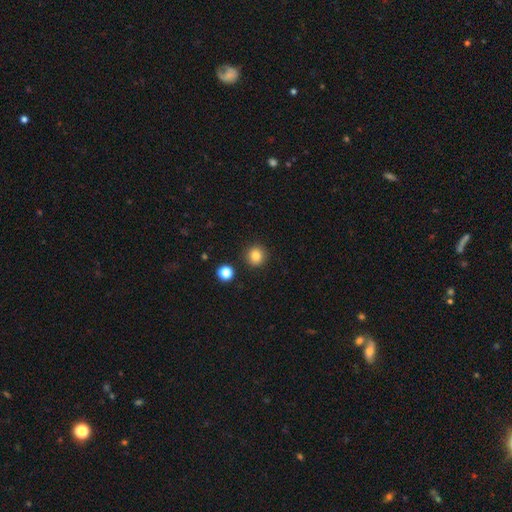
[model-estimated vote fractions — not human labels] Smooth or featured: smooth — 83% (star or artifact — 11%)
How rounded: round — 90% (in between — 9%)
Merging: none — 90% (minor disturbance — 6%)